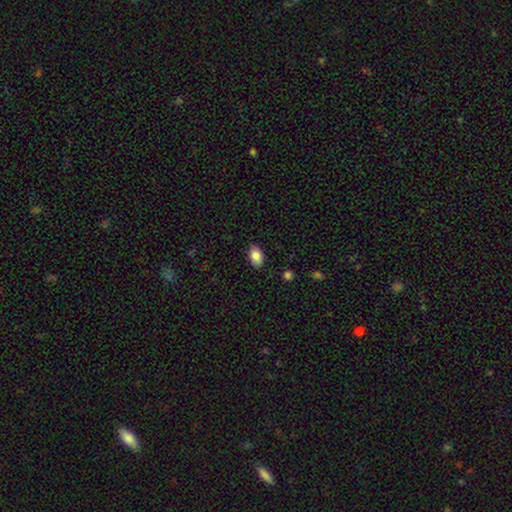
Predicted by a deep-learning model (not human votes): Overall: smooth (85%). How rounded: in between (90%). Merging: none (84%).